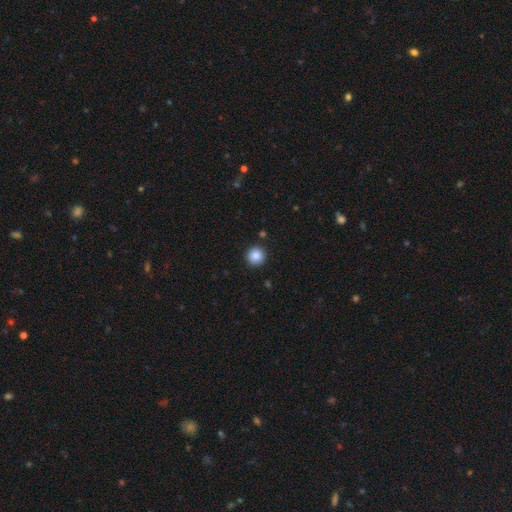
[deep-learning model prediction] A smooth galaxy with no disk features (87%) that is round (95%).

Vote fractions:
- Smooth or featured? smooth: 87% / star or artifact: 9% / featured or disk: 4%
- How rounded? round: 95% / in between: 4% / cigar-shaped: 1%
- Merging? none: 92% / minor disturbance: 5% / major disturbance: 2% / merger: 1%